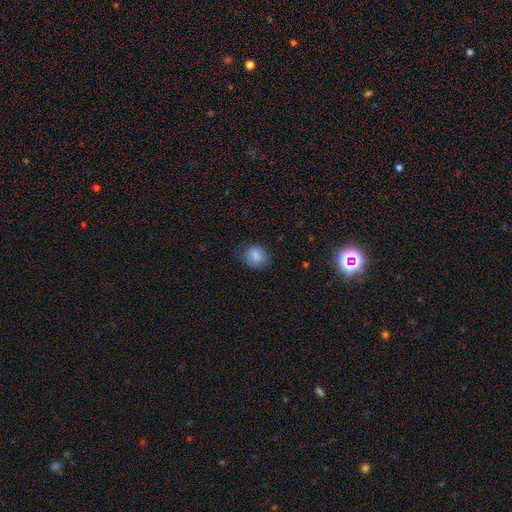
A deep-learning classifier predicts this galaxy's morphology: A smooth galaxy with no disk features (81%) that is round (67%).

Vote fractions:
- Smooth or featured? smooth: 81% / featured or disk: 10% / star or artifact: 9%
- How rounded? round: 67% / in between: 32% / cigar-shaped: 1%
- Merging? none: 71% / minor disturbance: 21% / major disturbance: 7% / merger: 1%